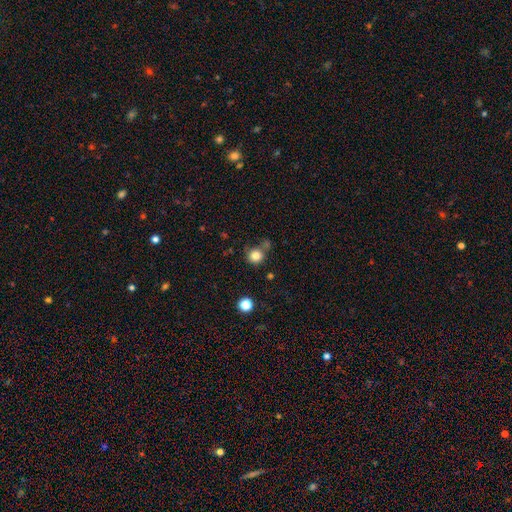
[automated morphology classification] Q: Smooth or featured?
A: smooth (83%); runner-up: star or artifact (11%)
Q: How rounded?
A: round (89%); runner-up: in between (10%)
Q: Merging?
A: none (64%); runner-up: minor disturbance (16%)